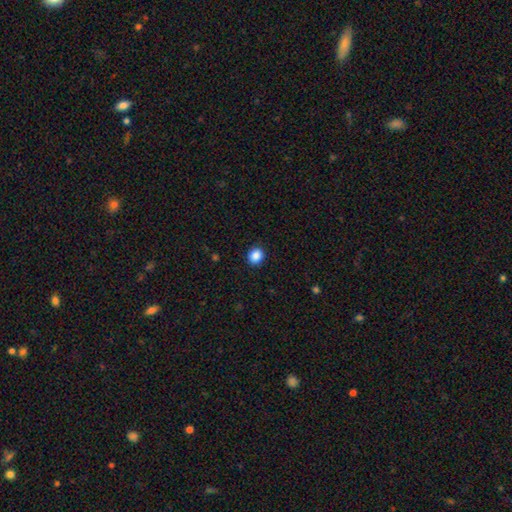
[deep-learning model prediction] Q: Smooth or featured?
A: smooth (88%); runner-up: star or artifact (9%)
Q: How rounded?
A: round (77%); runner-up: in between (22%)
Q: Merging?
A: none (91%); runner-up: minor disturbance (6%)